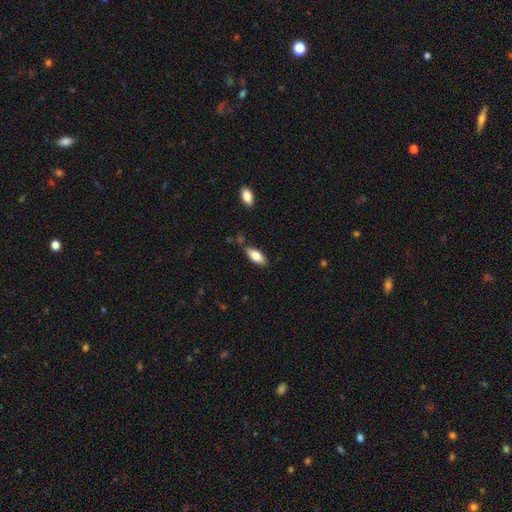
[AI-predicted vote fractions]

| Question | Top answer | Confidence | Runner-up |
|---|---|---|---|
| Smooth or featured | smooth | 75% | featured or disk (19%) |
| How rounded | in between | 77% | cigar-shaped (21%) |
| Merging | none | 77% | minor disturbance (16%) |